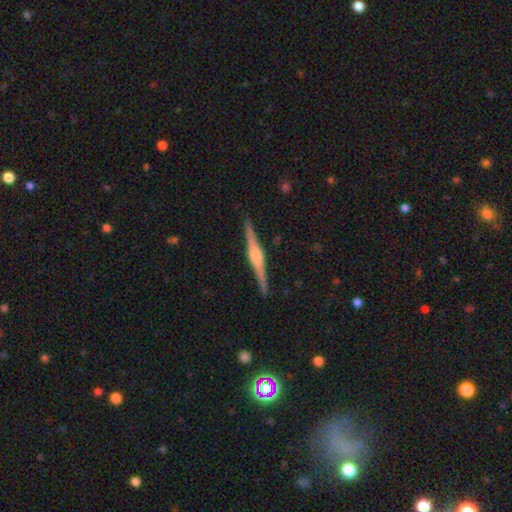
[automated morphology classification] The model was most divided on "edge-on bulge": rounded: 70%, boxy: 24%, none: 6%. More confident: edge-on disk — yes (98%); merging — none (90%); smooth or featured — featured or disk (80%).